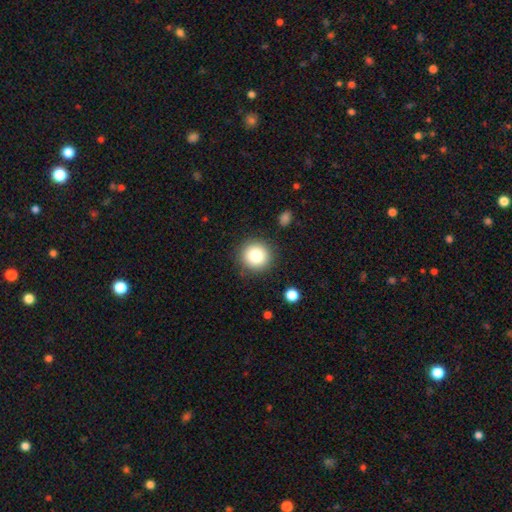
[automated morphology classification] Q: Smooth or featured?
A: smooth (82%); runner-up: star or artifact (10%)
Q: How rounded?
A: round (94%); runner-up: in between (5%)
Q: Merging?
A: none (88%); runner-up: minor disturbance (7%)